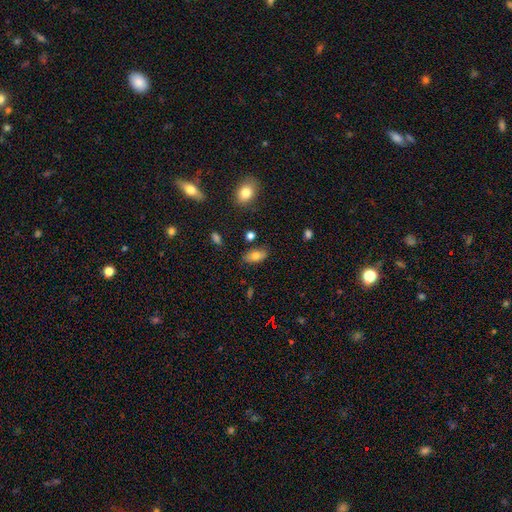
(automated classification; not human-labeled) Smooth or featured? Predicted: smooth (p=0.75). How rounded? Predicted: in between (p=0.88). Merging? Predicted: none (p=0.78).